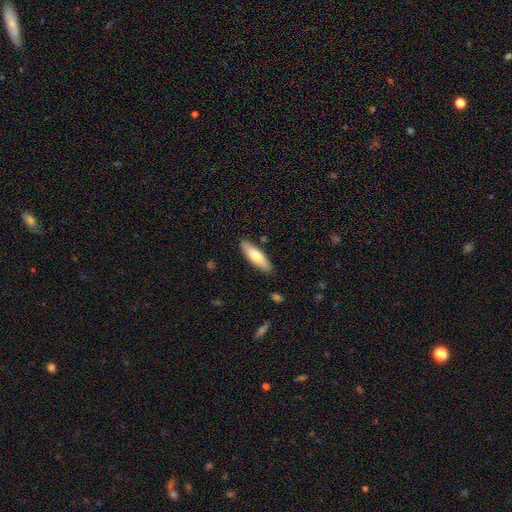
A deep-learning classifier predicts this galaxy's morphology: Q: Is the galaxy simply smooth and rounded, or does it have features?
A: smooth — 74%.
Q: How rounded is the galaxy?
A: cigar-shaped — 53%.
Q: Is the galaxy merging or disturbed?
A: none — 87%.